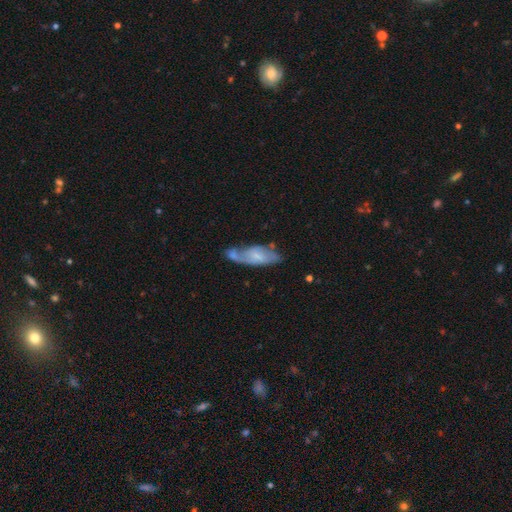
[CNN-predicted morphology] A featured or disk galaxy (58%).

Vote fractions:
- Smooth or featured? featured or disk: 58% / smooth: 34% / star or artifact: 7%
- Edge-on disk? no: 83% / yes: 17%
- Merging? none: 44% / minor disturbance: 23% / merger: 19% / major disturbance: 13%